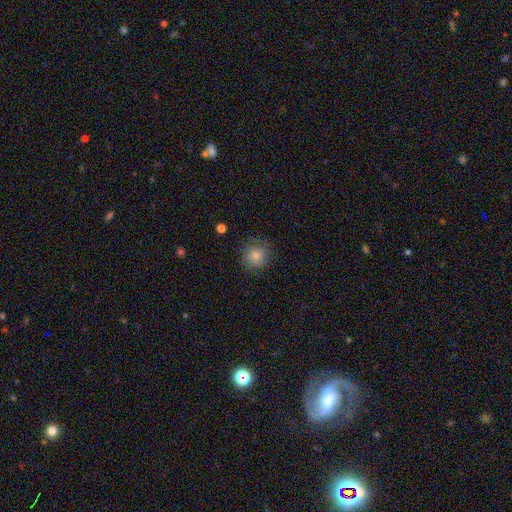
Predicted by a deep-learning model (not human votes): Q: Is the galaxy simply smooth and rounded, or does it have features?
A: smooth — 70%.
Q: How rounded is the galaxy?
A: round — 93%.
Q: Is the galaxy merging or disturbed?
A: none — 82%.